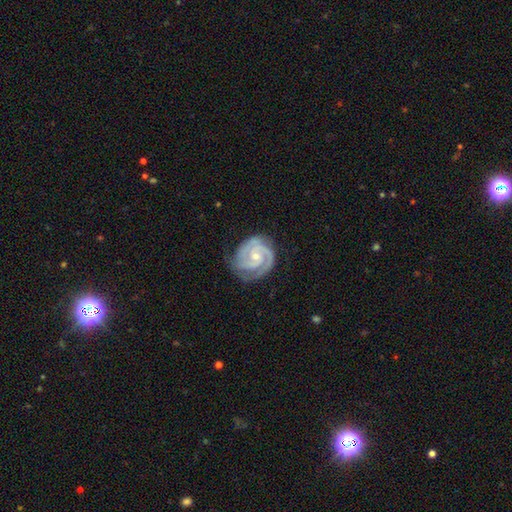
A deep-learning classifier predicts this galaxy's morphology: Q: Smooth or featured?
A: featured or disk (92%); runner-up: smooth (5%)
Q: Edge-on disk?
A: no (98%); runner-up: yes (2%)
Q: Bar?
A: no (62%); runner-up: weak (31%)
Q: Spiral arms?
A: yes (98%); runner-up: no (2%)
Q: Spiral winding?
A: tight (69%); runner-up: medium (27%)
Q: Spiral arm count?
A: 2 (58%); runner-up: 3 (27%)
Q: Bulge size?
A: small (62%); runner-up: moderate (34%)
Q: Merging?
A: none (73%); runner-up: minor disturbance (20%)